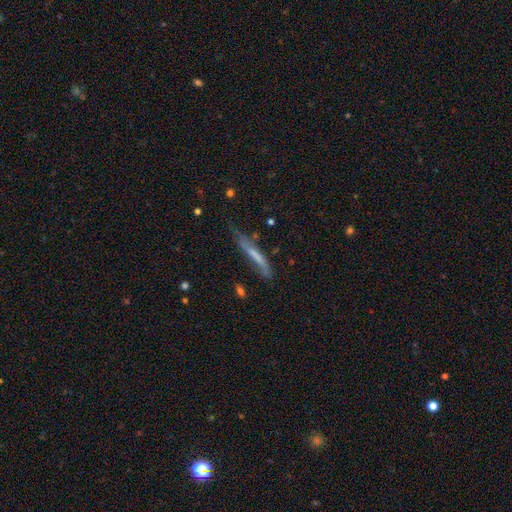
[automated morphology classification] smooth 51%, featured or disk 41%, star or artifact 8%. Down the decision tree: how rounded — cigar-shaped (92%); merging — none (50%).